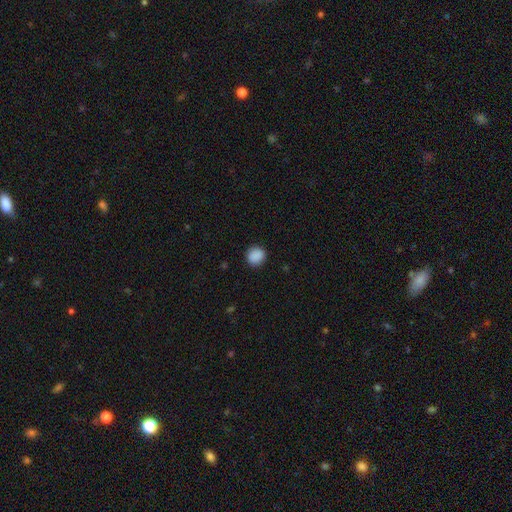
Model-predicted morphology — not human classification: Smooth or featured: smooth — 89% (star or artifact — 9%)
How rounded: round — 86% (in between — 13%)
Merging: none — 89% (minor disturbance — 8%)